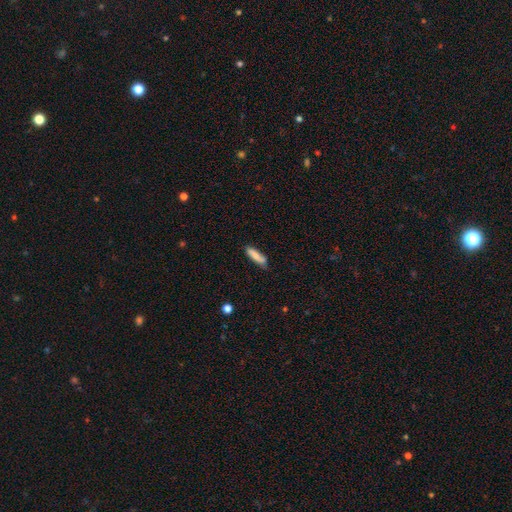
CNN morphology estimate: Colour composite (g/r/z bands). It shows a smooth galaxy with no disk features (81%) that is cigar-shaped (69%). Merging: none (75%).